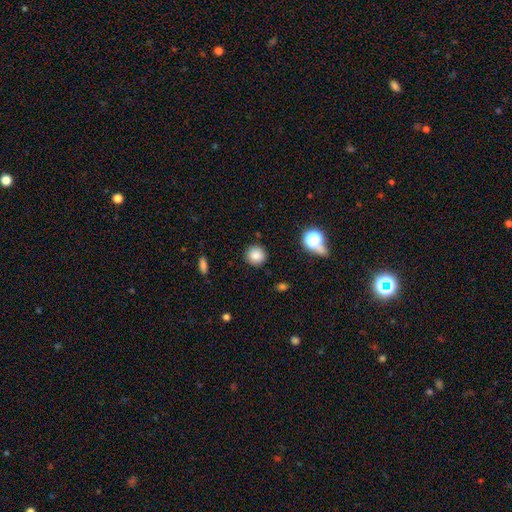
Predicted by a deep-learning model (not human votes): Overall: smooth (83%). How rounded: round (93%). Merging: none (90%).